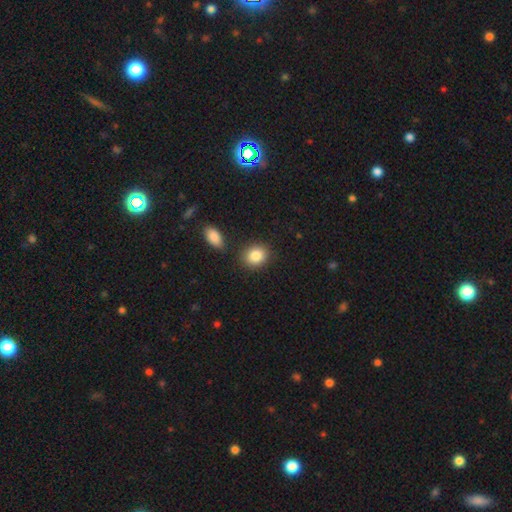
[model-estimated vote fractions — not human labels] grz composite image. It shows a smooth galaxy with no disk features (86%) that is round (56%). Merging: none (81%).